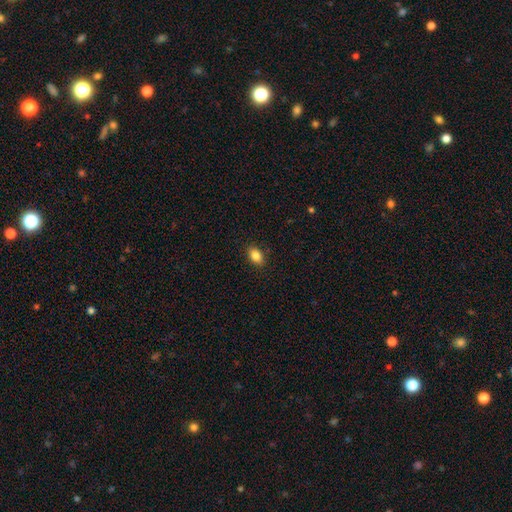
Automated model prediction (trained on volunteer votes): A smooth galaxy with no disk features (85%) that is in between round and cigar-shaped (84%).

Vote fractions:
- Smooth or featured? smooth: 85% / star or artifact: 9% / featured or disk: 6%
- How rounded? in between: 84% / round: 14% / cigar-shaped: 2%
- Merging? none: 88% / minor disturbance: 8% / major disturbance: 2% / merger: 1%